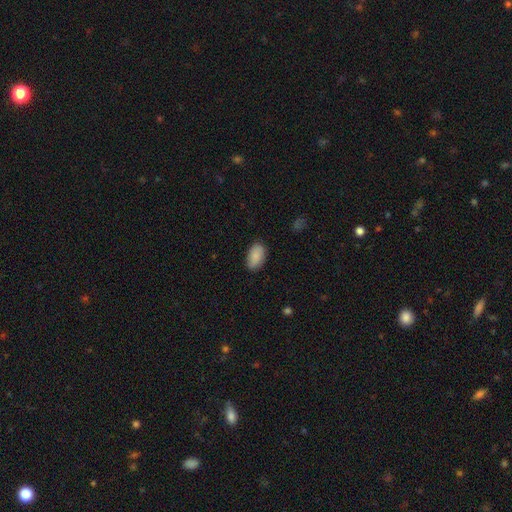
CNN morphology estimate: Q: Smooth or featured?
A: smooth (88%); runner-up: star or artifact (6%)
Q: How rounded?
A: in between (94%); runner-up: round (4%)
Q: Merging?
A: none (84%); runner-up: minor disturbance (13%)